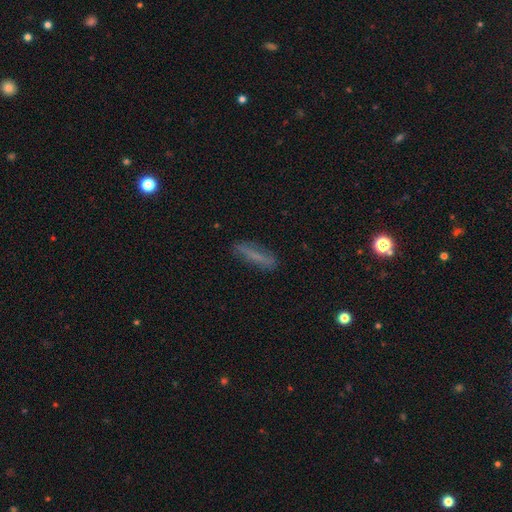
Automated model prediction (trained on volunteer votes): The model was most divided on "smooth or featured": smooth: 64%, featured or disk: 26%, star or artifact: 11%. More confident: merging — none (79%); how rounded — cigar-shaped (79%).